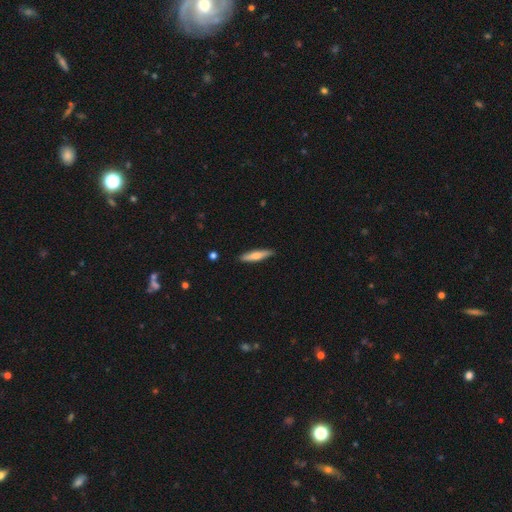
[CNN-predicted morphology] A smooth galaxy with no disk features (64%) that is cigar-shaped (85%).

Vote fractions:
- Smooth or featured? smooth: 64% / featured or disk: 30% / star or artifact: 6%
- How rounded? cigar-shaped: 85% / in between: 13% / round: 2%
- Merging? none: 88% / minor disturbance: 9% / major disturbance: 2% / merger: 1%